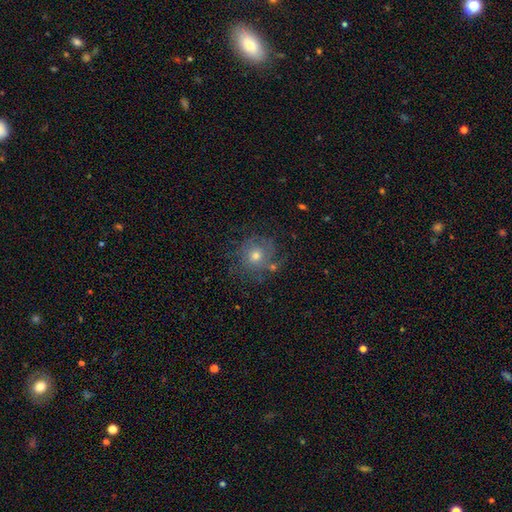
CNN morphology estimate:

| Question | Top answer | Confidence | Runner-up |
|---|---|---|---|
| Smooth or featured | featured or disk | 49% | smooth (35%) |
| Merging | none | 70% | minor disturbance (17%) |